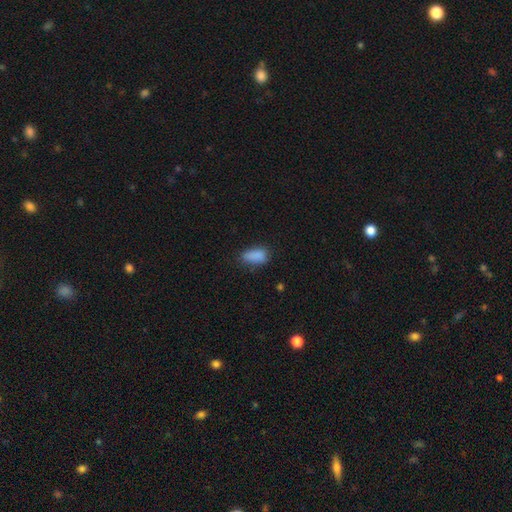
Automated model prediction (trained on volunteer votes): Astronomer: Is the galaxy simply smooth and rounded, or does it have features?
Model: smooth — 86%.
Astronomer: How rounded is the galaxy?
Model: in between — 87%.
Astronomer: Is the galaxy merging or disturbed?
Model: none — 65%.